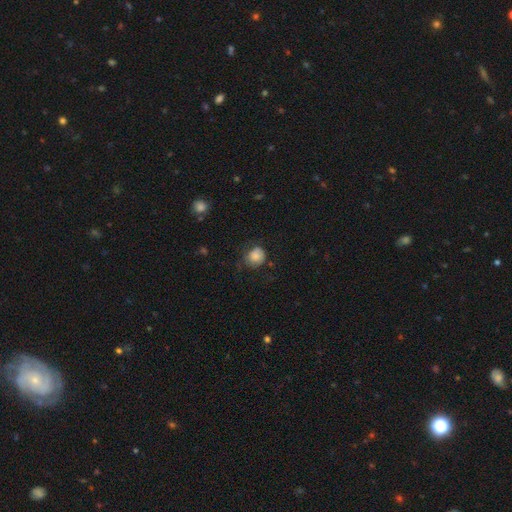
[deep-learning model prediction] Smooth or featured? smooth (81%)
How rounded? round (78%)
Merging? none (57%)